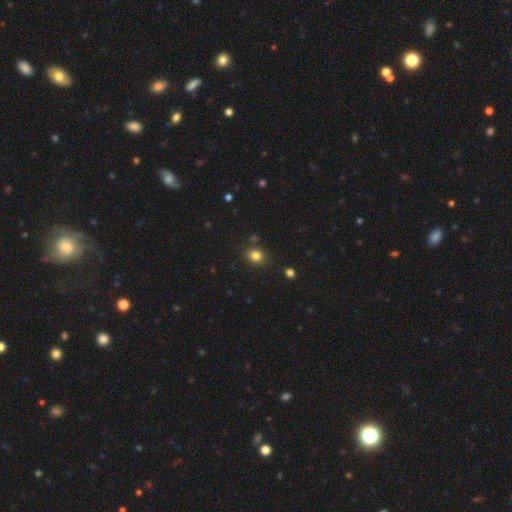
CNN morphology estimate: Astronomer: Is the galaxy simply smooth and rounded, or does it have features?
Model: smooth — 82%.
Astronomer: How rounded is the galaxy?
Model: round — 72%.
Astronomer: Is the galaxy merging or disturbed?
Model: none — 83%.